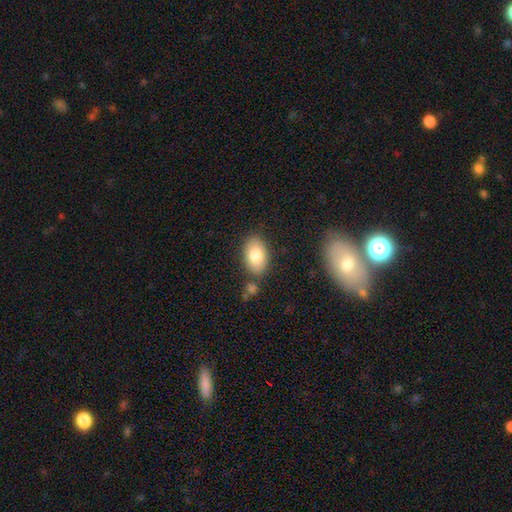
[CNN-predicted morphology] A smooth galaxy with no disk features (81%) that is in between round and cigar-shaped (90%).

Vote fractions:
- Smooth or featured? smooth: 81% / featured or disk: 12% / star or artifact: 7%
- How rounded? in between: 90% / round: 8% / cigar-shaped: 1%
- Merging? none: 79% / minor disturbance: 12% / merger: 5% / major disturbance: 3%